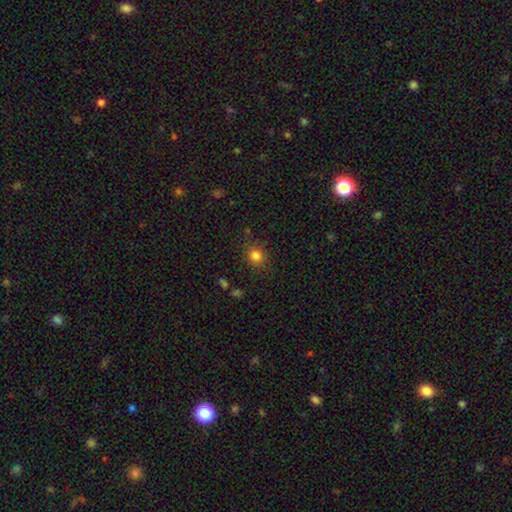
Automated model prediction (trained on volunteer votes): The model was most divided on "how rounded": round: 81%, in between: 18%, cigar-shaped: 1%. More confident: merging — none (84%); smooth or featured — smooth (82%).